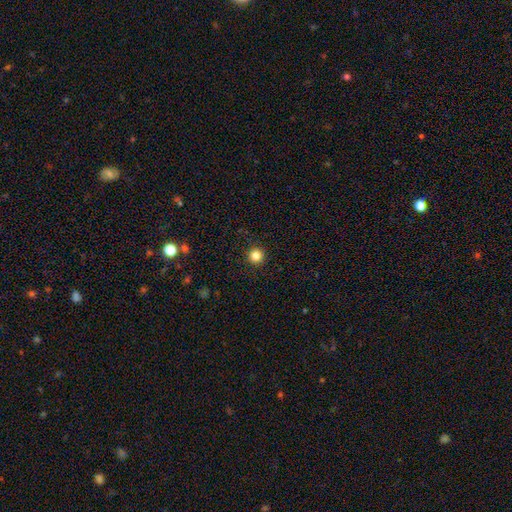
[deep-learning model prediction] The model was most divided on "smooth or featured": smooth: 83%, star or artifact: 12%, featured or disk: 4%. More confident: how rounded — round (96%); merging — none (92%).